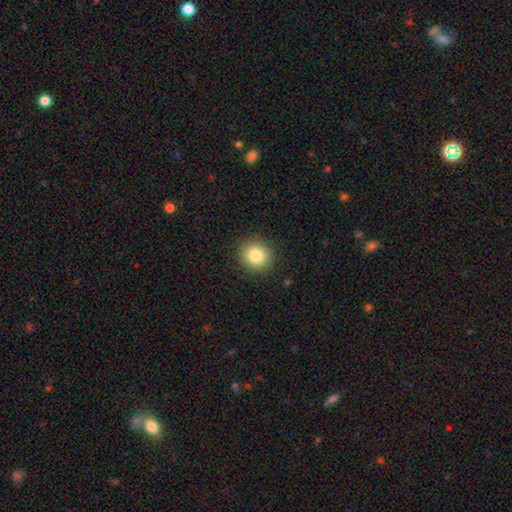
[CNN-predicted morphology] This appears to be a smooth galaxy with no disk features (83%) that is round (88%). Merging: none (90%).